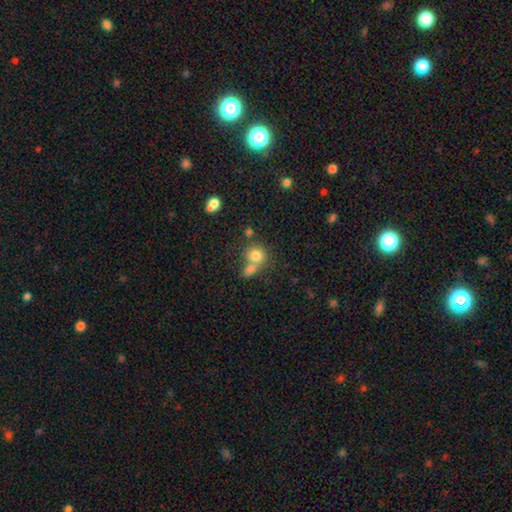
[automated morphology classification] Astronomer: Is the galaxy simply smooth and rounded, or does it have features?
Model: smooth — 78%.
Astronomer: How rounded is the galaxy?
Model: round — 78%.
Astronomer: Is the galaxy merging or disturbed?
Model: merger — 45% (runner-up: none, 43%).